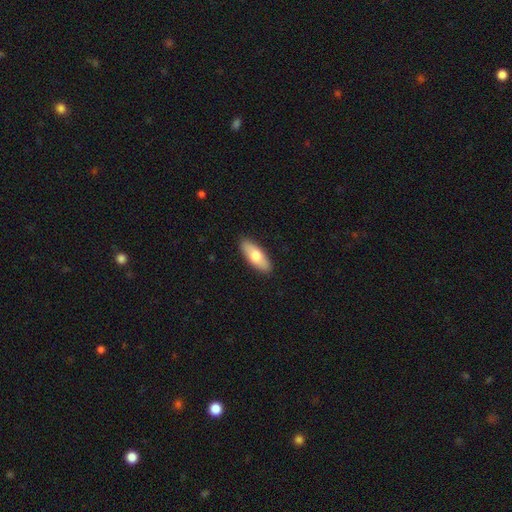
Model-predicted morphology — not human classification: Smooth or featured?
  - smooth: 71% *
  - featured or disk: 24%
  - star or artifact: 5%
How rounded?
  - in between: 74% *
  - cigar-shaped: 23%
  - round: 2%
Merging?
  - none: 90% *
  - minor disturbance: 8%
  - major disturbance: 2%
  - merger: 1%